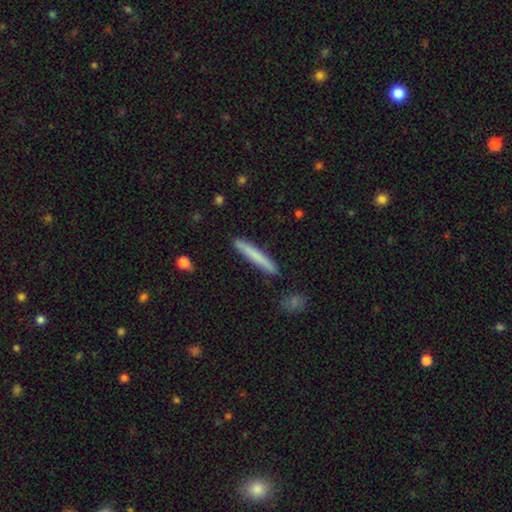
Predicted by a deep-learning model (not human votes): This appears to be a smooth galaxy with no disk features (74%) that is cigar-shaped (96%). Merging: none (90%).